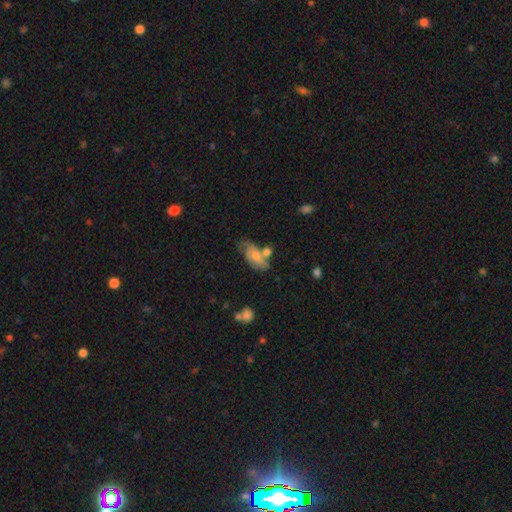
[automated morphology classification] The model was most divided on "smooth or featured": featured or disk: 46%, smooth: 45%, star or artifact: 9%. Remaining: merging — none (46%).